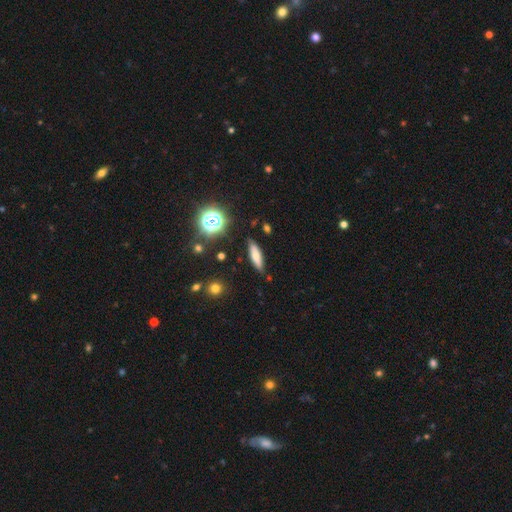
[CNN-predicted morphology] smooth-or-featured: smooth: 61% | featured or disk: 27% | star or artifact: 12%
  how-rounded: cigar-shaped: 61% | in between: 35% | round: 4%
  merging: none: 83% | minor disturbance: 12% | major disturbance: 3% | merger: 2%